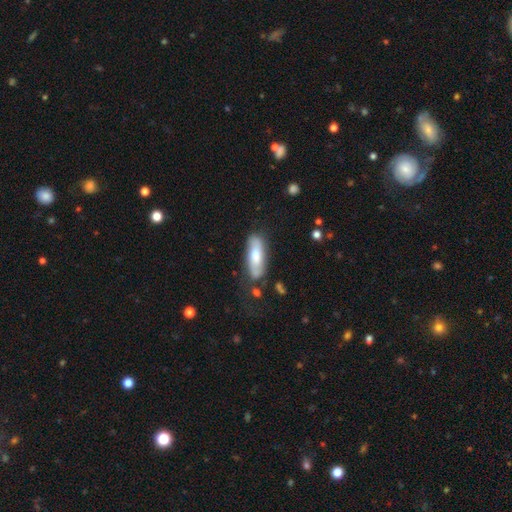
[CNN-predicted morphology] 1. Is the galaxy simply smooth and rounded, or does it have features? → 60% smooth, 34% featured or disk, 6% star or artifact.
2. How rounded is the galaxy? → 65% in between, 33% cigar-shaped, 2% round.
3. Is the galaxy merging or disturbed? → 73% none, 18% minor disturbance, 5% major disturbance, 4% merger.